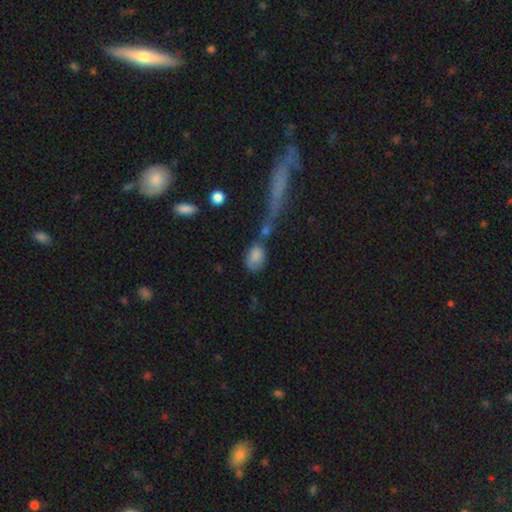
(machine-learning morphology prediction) A smooth galaxy with no disk features (79%) that is in between round and cigar-shaped (76%).

Vote fractions:
- Smooth or featured? smooth: 79% / featured or disk: 12% / star or artifact: 9%
- How rounded? in between: 76% / round: 20% / cigar-shaped: 4%
- Merging? none: 38% / merger: 32% / minor disturbance: 18% / major disturbance: 13%